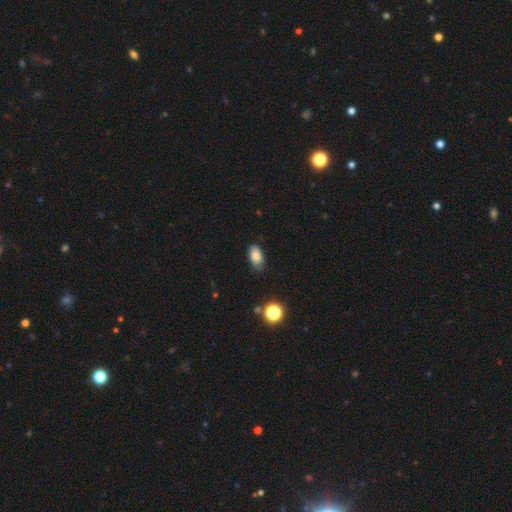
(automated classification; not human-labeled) smooth-or-featured: smooth: 80% | featured or disk: 10% | star or artifact: 9%
  how-rounded: in between: 91% | round: 6% | cigar-shaped: 3%
  merging: none: 77% | minor disturbance: 18% | major disturbance: 3% | merger: 1%